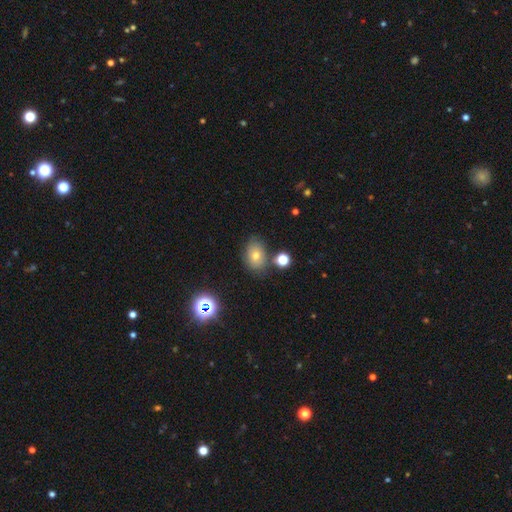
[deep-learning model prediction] The model was most divided on "how rounded": in between: 68%, round: 31%, cigar-shaped: 1%. More confident: merging — none (74%); smooth or featured — smooth (66%).